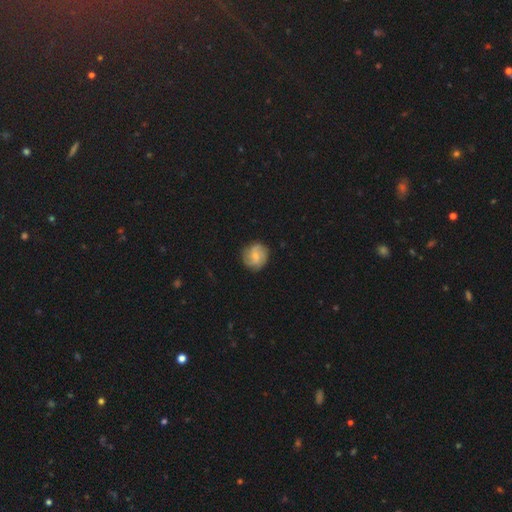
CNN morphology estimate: This is possibly a featured or disk galaxy (49%). Merging: clearly none (82%).